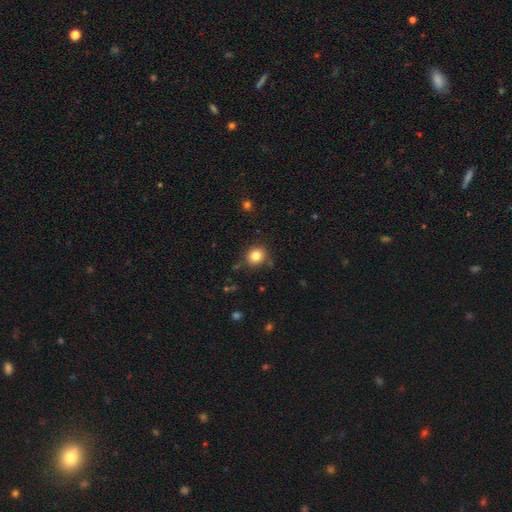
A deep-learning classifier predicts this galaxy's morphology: smooth_or_featured: smooth (p=0.84) [alt: star or artifact p=0.11]
how_rounded: round (p=0.84) [alt: in between p=0.15]
merging: none (p=0.83) [alt: minor disturbance p=0.10]